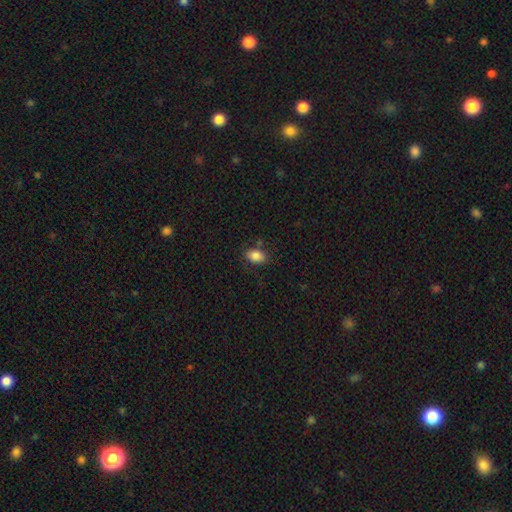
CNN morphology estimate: Smooth or featured?
  - smooth: 84% *
  - star or artifact: 9%
  - featured or disk: 7%
How rounded?
  - in between: 86% *
  - round: 13%
  - cigar-shaped: 1%
Merging?
  - none: 79% *
  - minor disturbance: 14%
  - merger: 4%
  - major disturbance: 4%